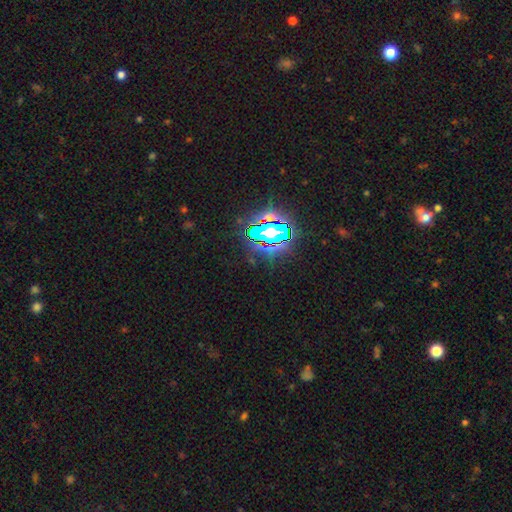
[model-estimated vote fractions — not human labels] smooth-or-featured: star or artifact: 80% | smooth: 12% | featured or disk: 8%